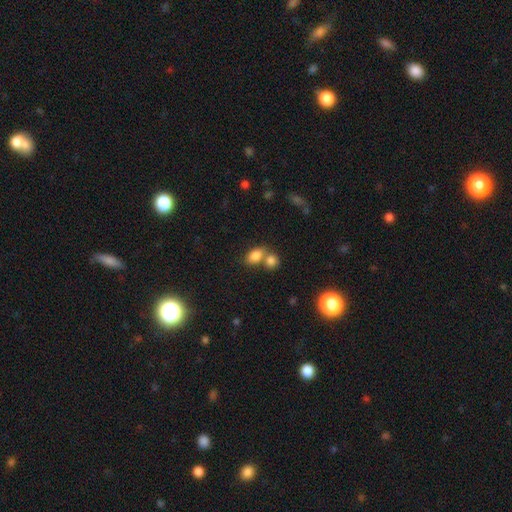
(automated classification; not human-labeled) Morphology: type=smooth (83%); roundness=in between (80%); merging=merger (44%).